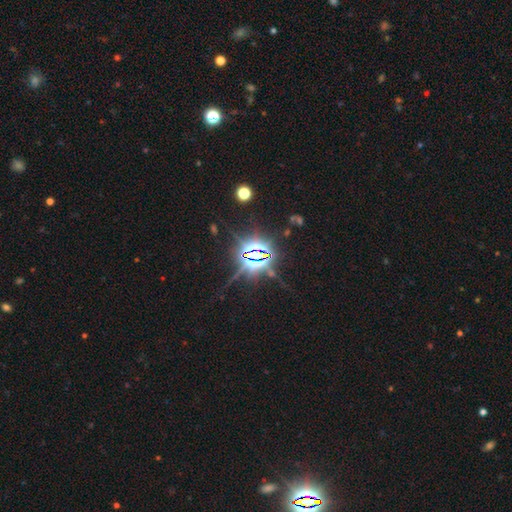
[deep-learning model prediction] smooth-or-featured: star or artifact: 83% | featured or disk: 9% | smooth: 8%